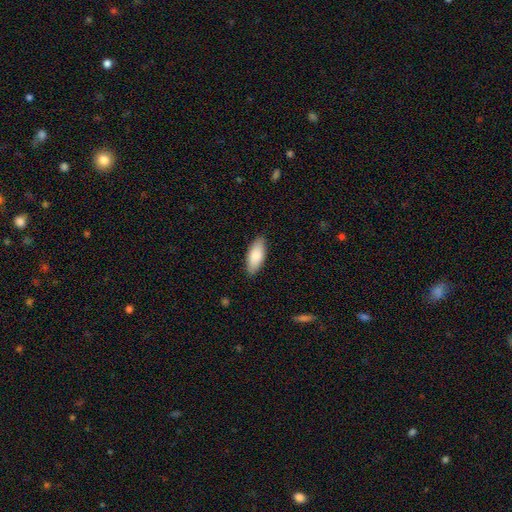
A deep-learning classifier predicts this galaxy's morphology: smooth_or_featured: smooth (p=0.85) [alt: featured or disk p=0.10]
how_rounded: in between (p=0.81) [alt: cigar-shaped p=0.18]
merging: none (p=0.87) [alt: minor disturbance p=0.10]